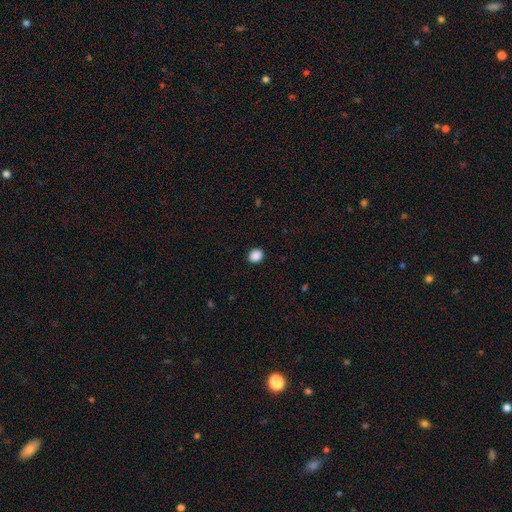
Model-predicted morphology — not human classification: Smooth or featured?
  - smooth: 89% *
  - star or artifact: 9%
  - featured or disk: 2%
How rounded?
  - round: 59% *
  - in between: 40%
  - cigar-shaped: 1%
Merging?
  - none: 90% *
  - minor disturbance: 7%
  - major disturbance: 2%
  - merger: 1%